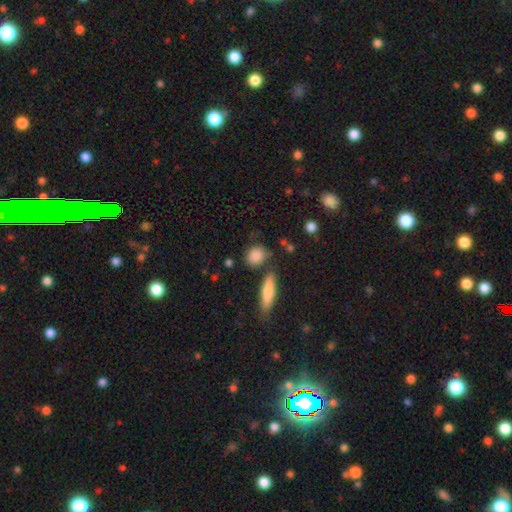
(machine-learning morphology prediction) The model was most divided on "how rounded": round: 63%, in between: 31%, cigar-shaped: 6%. More confident: smooth or featured — smooth (85%); merging — none (72%).